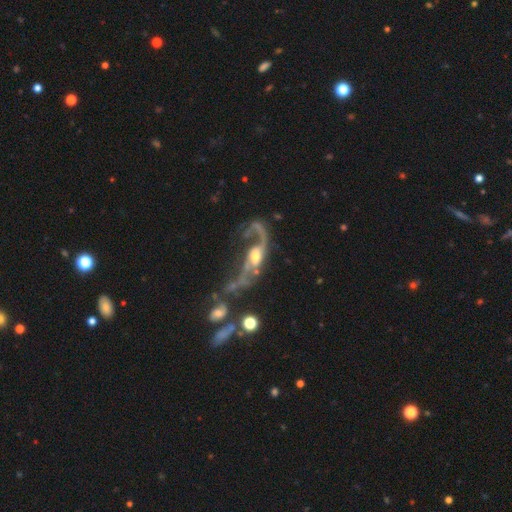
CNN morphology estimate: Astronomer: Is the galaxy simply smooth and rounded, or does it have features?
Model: featured or disk — 80%.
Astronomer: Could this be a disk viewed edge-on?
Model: no — 90%.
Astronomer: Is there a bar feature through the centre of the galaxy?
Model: no — 54% (runner-up: weak, 32%).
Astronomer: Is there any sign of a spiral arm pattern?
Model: yes — 86%.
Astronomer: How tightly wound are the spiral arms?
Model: loose — 78%.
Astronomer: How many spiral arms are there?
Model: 2 — 63%.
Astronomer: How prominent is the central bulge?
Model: moderate — 58%.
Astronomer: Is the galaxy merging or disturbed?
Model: major disturbance — 42% (runner-up: none, 24%).